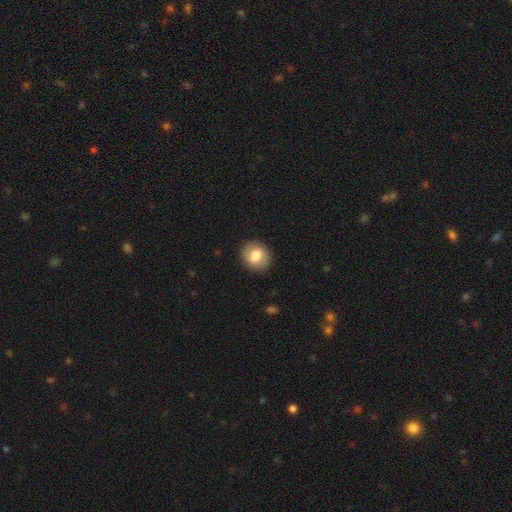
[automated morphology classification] Smooth or featured?
  - smooth: 78% *
  - featured or disk: 14%
  - star or artifact: 7%
How rounded?
  - round: 66% *
  - in between: 33%
  - cigar-shaped: 1%
Merging?
  - none: 87% *
  - minor disturbance: 9%
  - major disturbance: 3%
  - merger: 1%